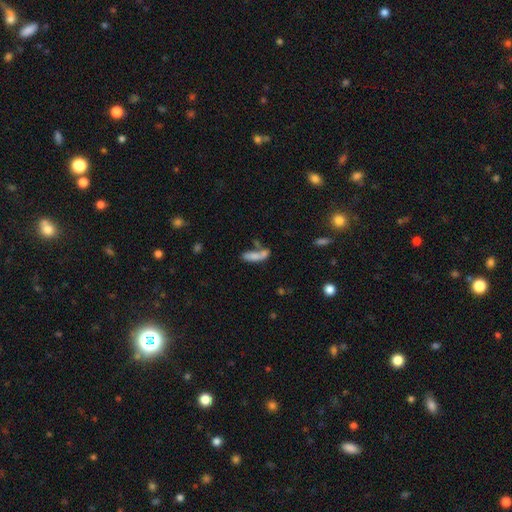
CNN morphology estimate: Q: Smooth or featured?
A: smooth (74%); runner-up: featured or disk (17%)
Q: How rounded?
A: cigar-shaped (53%); runner-up: in between (44%)
Q: Merging?
A: merger (38%); runner-up: none (37%)